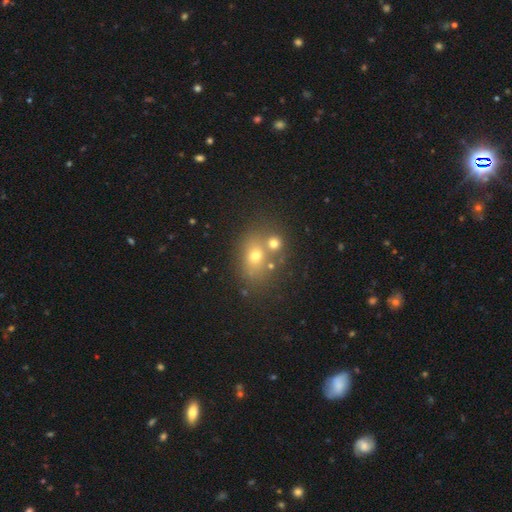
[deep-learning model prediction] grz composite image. It shows a smooth galaxy with no disk features (62%) that is in between round and cigar-shaped (50%). Merging: none (47%).